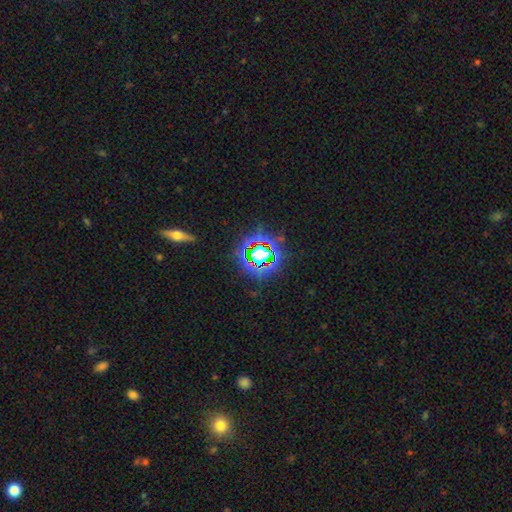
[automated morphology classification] This appears to be a star or artifact, not a galaxy (73%).